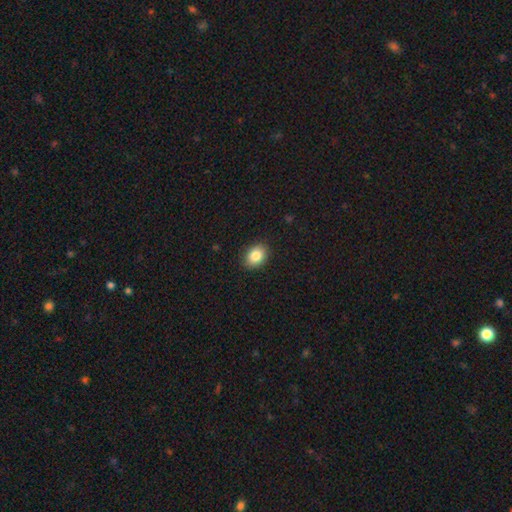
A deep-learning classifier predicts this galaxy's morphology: This is clearly a smooth galaxy (85%). How rounded: likely in between (61%). Merging: clearly none (89%).